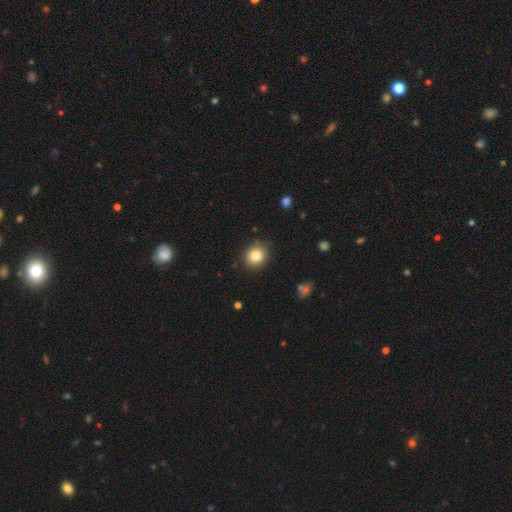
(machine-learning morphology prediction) Q: Smooth or featured?
A: smooth (83%); runner-up: star or artifact (10%)
Q: How rounded?
A: round (77%); runner-up: in between (22%)
Q: Merging?
A: none (85%); runner-up: minor disturbance (11%)